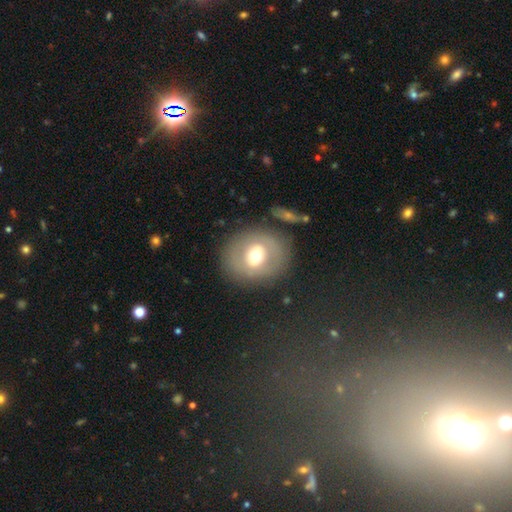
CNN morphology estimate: This appears to be a smooth galaxy with no disk features (54%) that is round (71%). Merging: none (79%).